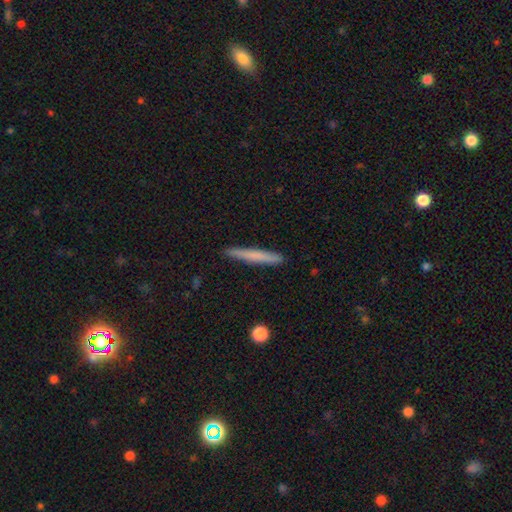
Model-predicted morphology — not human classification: This is likely a smooth galaxy (70%). How rounded: clearly cigar-shaped (96%). Merging: clearly none (90%).